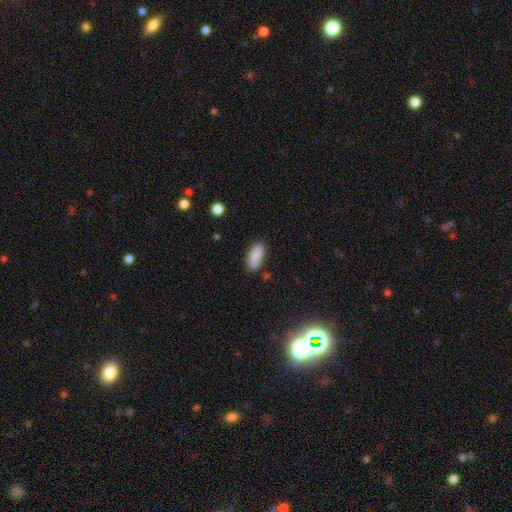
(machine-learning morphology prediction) This appears to be a smooth galaxy with no disk features (88%) that is in between round and cigar-shaped (89%). Merging: none (77%).